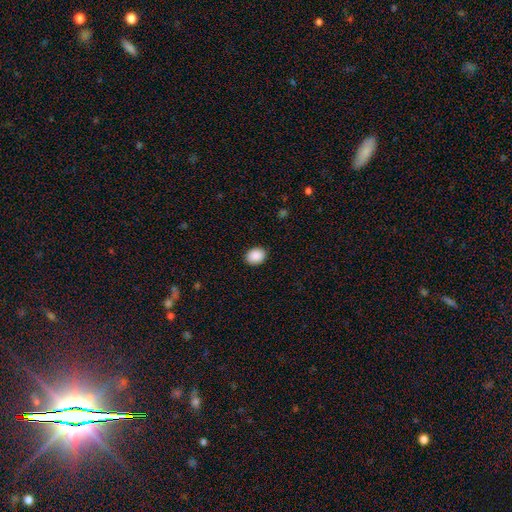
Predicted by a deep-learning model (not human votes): smooth 90%, star or artifact 7%, featured or disk 2%. Down the decision tree: how rounded — in between (55%); merging — none (90%).